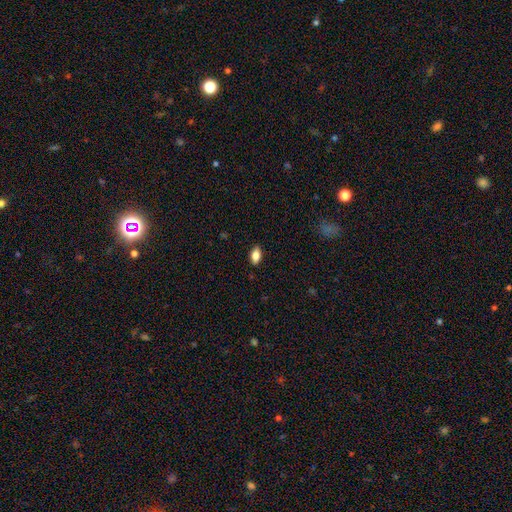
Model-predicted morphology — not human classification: A smooth galaxy with no disk features (79%) that is in between round and cigar-shaped (88%).

Vote fractions:
- Smooth or featured? smooth: 79% / featured or disk: 13% / star or artifact: 8%
- How rounded? in between: 88% / round: 6% / cigar-shaped: 6%
- Merging? none: 88% / minor disturbance: 9% / major disturbance: 2% / merger: 1%